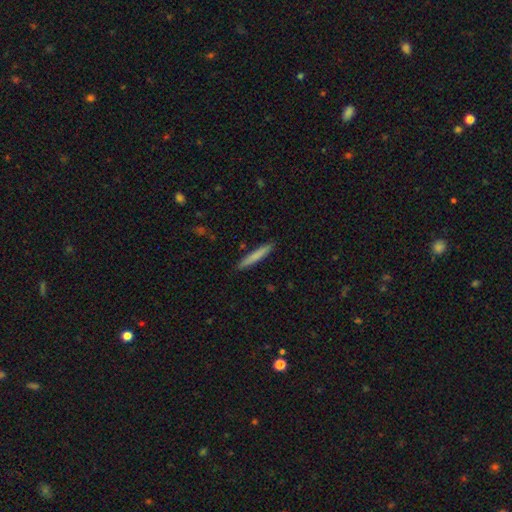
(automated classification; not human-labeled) Smooth or featured?
  - smooth: 78% *
  - featured or disk: 16%
  - star or artifact: 6%
How rounded?
  - cigar-shaped: 95% *
  - in between: 4%
  - round: 1%
Merging?
  - none: 90% *
  - minor disturbance: 7%
  - major disturbance: 1%
  - merger: 1%